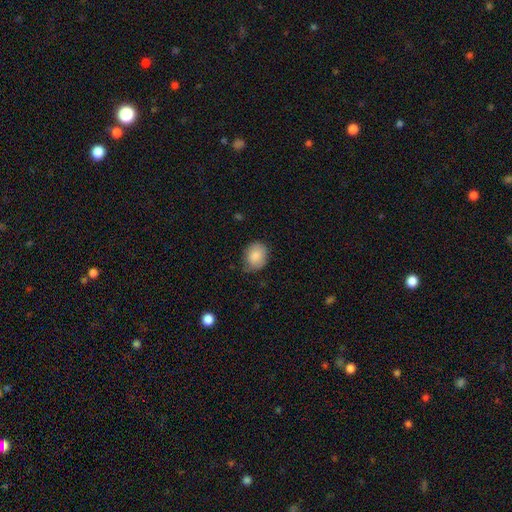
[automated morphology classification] Overall: smooth (85%). How rounded: round (52%; in between 47%). Merging: none (66%; minor disturbance 28%).